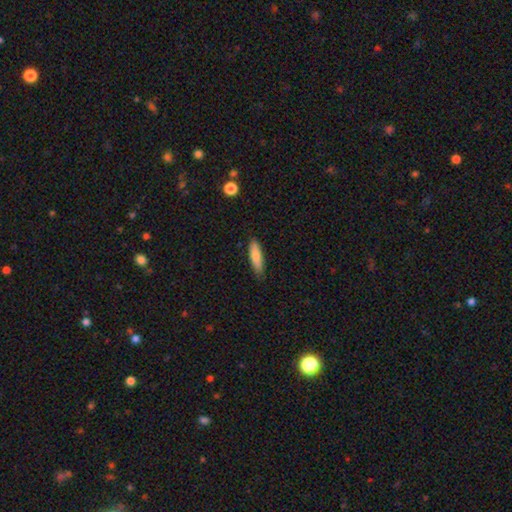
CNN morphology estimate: This appears to be a smooth galaxy with no disk features (81%) that is cigar-shaped (67%). Merging: none (82%).